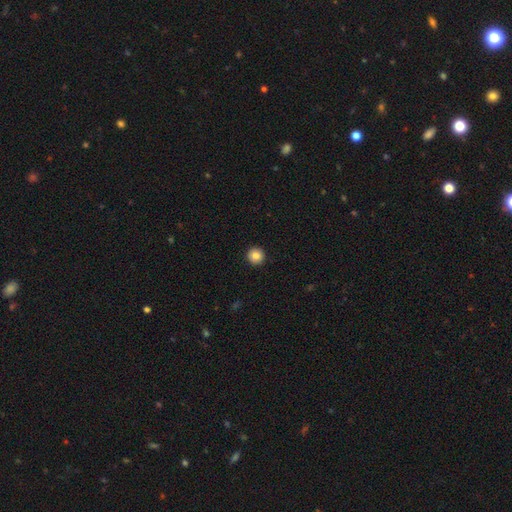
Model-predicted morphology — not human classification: smooth-or-featured: smooth: 85% | star or artifact: 9% | featured or disk: 6%
  how-rounded: round: 96% | in between: 3% | cigar-shaped: 1%
  merging: none: 93% | minor disturbance: 4% | major disturbance: 1% | merger: 1%